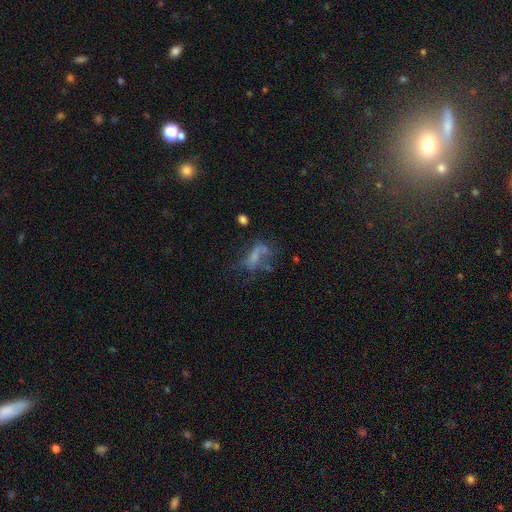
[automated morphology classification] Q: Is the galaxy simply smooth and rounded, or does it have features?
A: featured or disk — 46%.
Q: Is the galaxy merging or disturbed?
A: major disturbance — 37%.